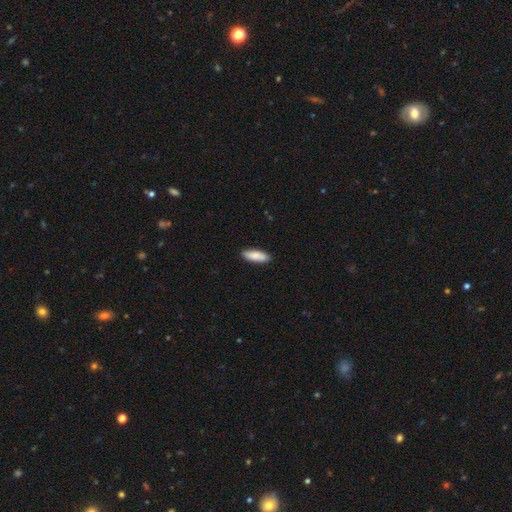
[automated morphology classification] Q: Smooth or featured?
A: smooth (87%); runner-up: featured or disk (8%)
Q: How rounded?
A: in between (66%); runner-up: cigar-shaped (33%)
Q: Merging?
A: none (90%); runner-up: minor disturbance (8%)